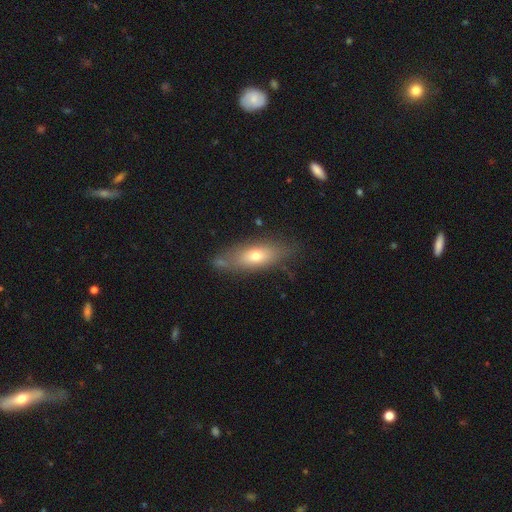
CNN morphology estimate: The model was most divided on "how rounded": in between: 62%, cigar-shaped: 34%, round: 4%. More confident: merging — none (72%); smooth or featured — smooth (61%).